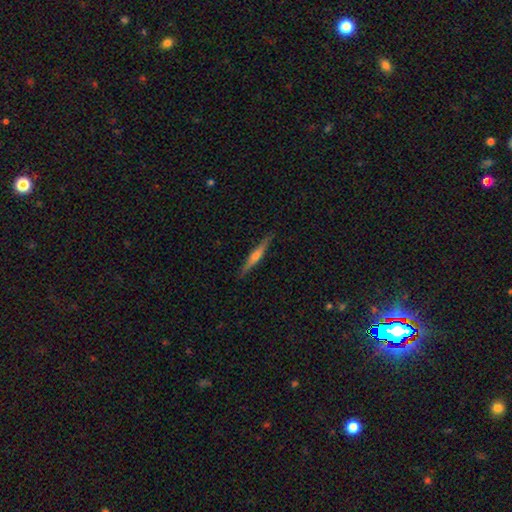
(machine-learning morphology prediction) Overall: featured or disk (64%; smooth 30%). Edge-on disk: yes (97%). Edge-on bulge: rounded (79%). Merging: none (90%).